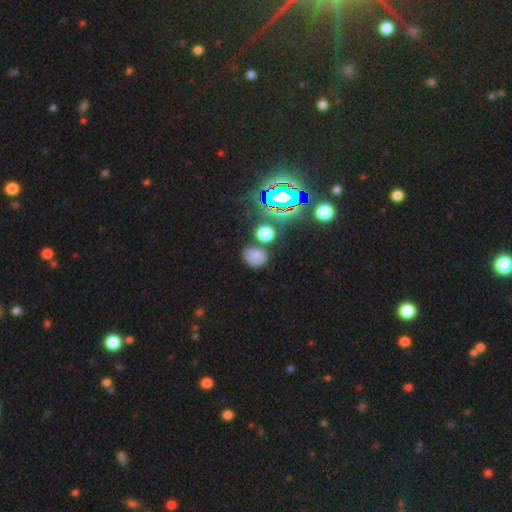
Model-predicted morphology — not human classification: smooth 67%, star or artifact 23%, featured or disk 10%. Down the decision tree: how rounded — round (57%); merging — none (68%).